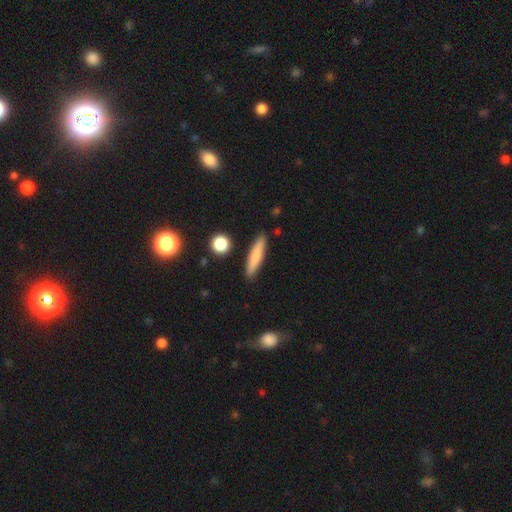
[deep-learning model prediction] Overall: smooth (77%). How rounded: cigar-shaped (86%). Merging: none (88%).